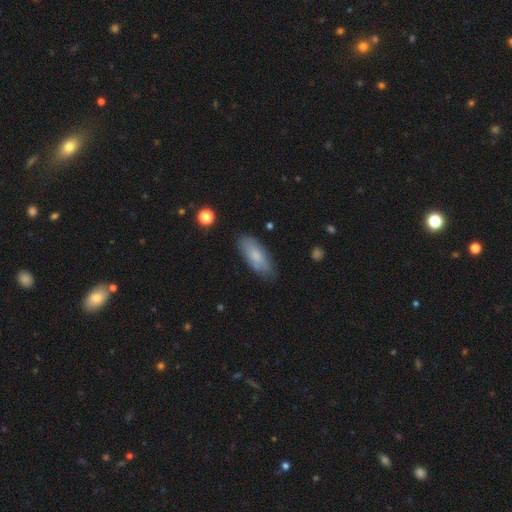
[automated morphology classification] Smooth or featured: smooth — 74% (featured or disk — 20%)
How rounded: in between — 76% (cigar-shaped — 22%)
Merging: none — 77% (minor disturbance — 18%)